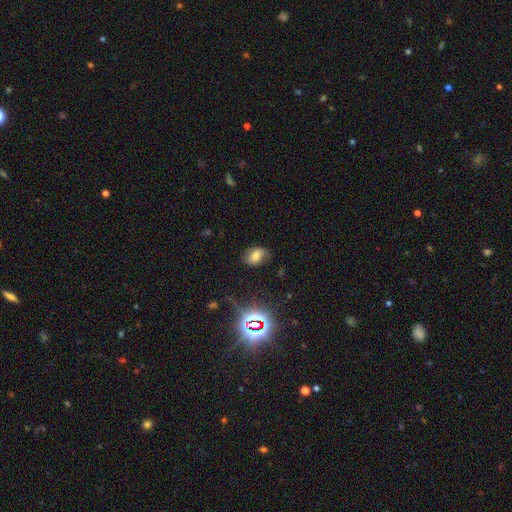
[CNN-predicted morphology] Smooth or featured? Predicted: smooth (p=0.64). How rounded? Predicted: in between (p=0.80). Merging? Predicted: none (p=0.75).